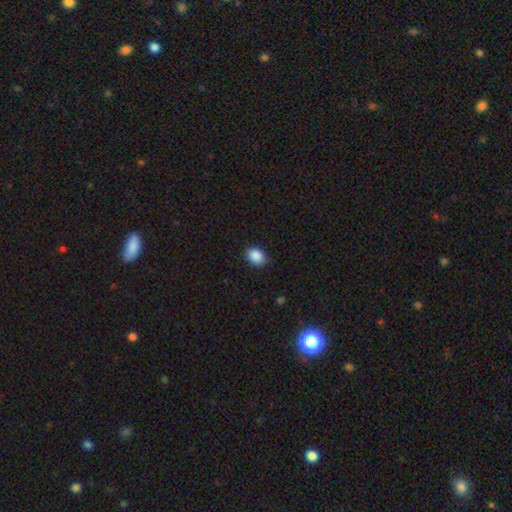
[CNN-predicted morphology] This is clearly a smooth galaxy (89%). How rounded: likely in between (70%). Merging: clearly none (85%).